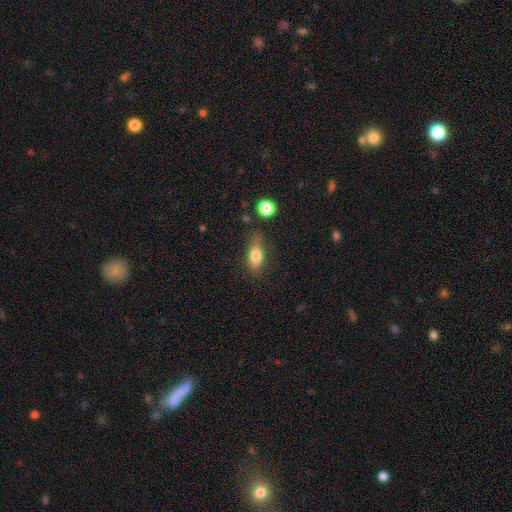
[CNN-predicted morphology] Smooth or featured? smooth (77%)
How rounded? in between (76%)
Merging? none (68%)